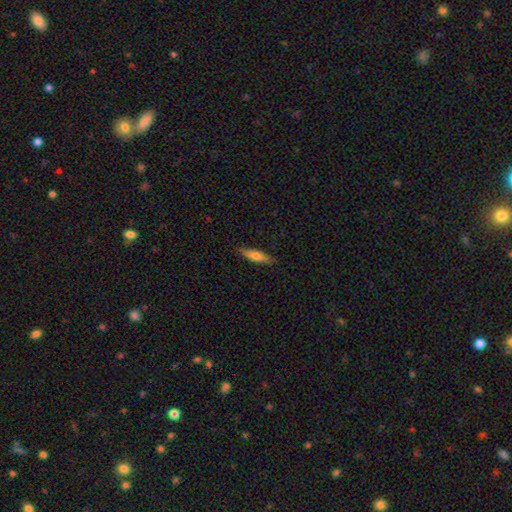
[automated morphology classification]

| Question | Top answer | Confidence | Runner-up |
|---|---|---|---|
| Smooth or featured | smooth | 69% | featured or disk (25%) |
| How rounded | cigar-shaped | 68% | in between (30%) |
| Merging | none | 84% | minor disturbance (13%) |